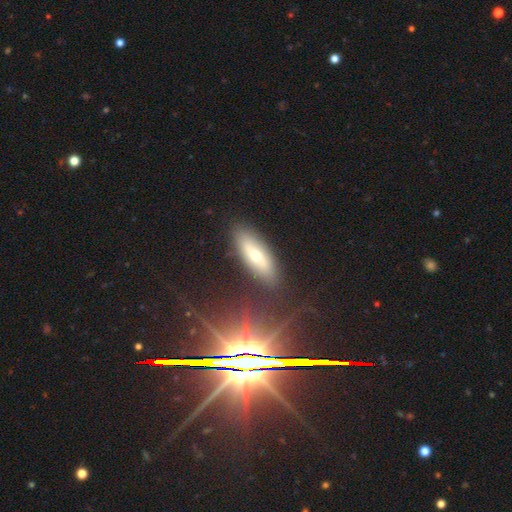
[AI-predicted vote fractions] smooth-or-featured: smooth: 48% | featured or disk: 39% | star or artifact: 13%
  merging: none: 85% | minor disturbance: 10% | major disturbance: 3% | merger: 2%